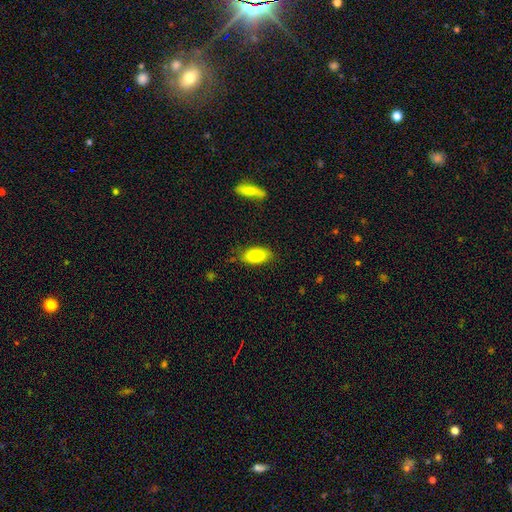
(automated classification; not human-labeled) A smooth galaxy with no disk features (82%) that is in between round and cigar-shaped (92%). Merging: none (81%).